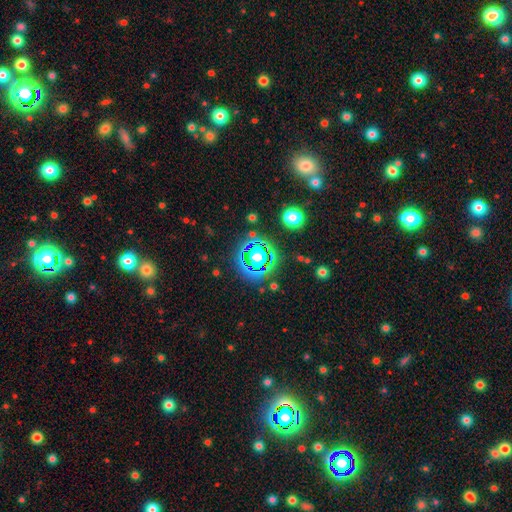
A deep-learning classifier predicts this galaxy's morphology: Smooth or featured?
  - star or artifact: 54% *
  - smooth: 32%
  - featured or disk: 14%